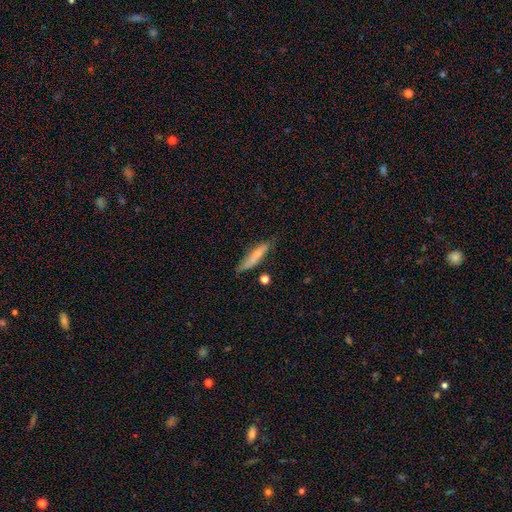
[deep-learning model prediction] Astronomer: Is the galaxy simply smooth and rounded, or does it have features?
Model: smooth — 66%.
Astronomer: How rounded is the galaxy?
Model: cigar-shaped — 83%.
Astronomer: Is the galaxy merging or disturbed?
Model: none — 69%.